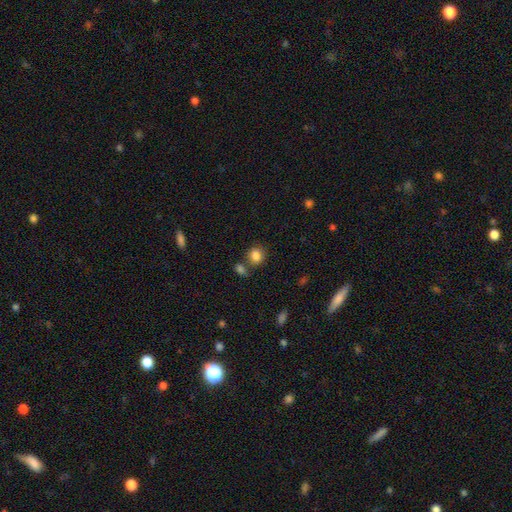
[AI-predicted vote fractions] This is clearly a smooth galaxy (84%). How rounded: likely round (64%). Merging: likely none (67%).